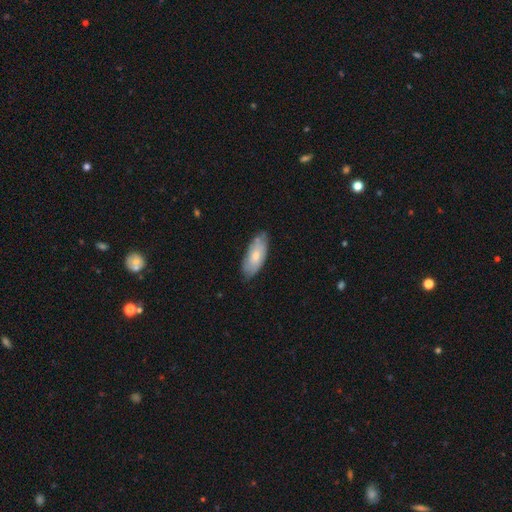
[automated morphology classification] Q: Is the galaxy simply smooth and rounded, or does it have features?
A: smooth — 68%.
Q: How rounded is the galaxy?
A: in between — 84%.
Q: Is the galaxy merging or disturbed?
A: none — 73%.